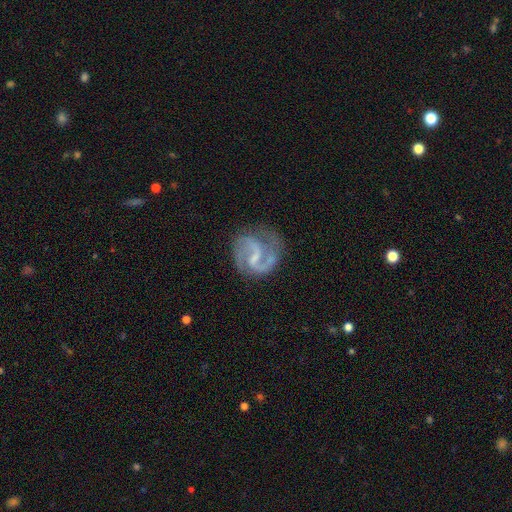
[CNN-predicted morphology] A featured or disk galaxy (89%) with a weak bar (53%), 2 (88%) medium (57%) spiral arms (97%) and a small central bulge (41%, tied with none). Merging: none (66%).